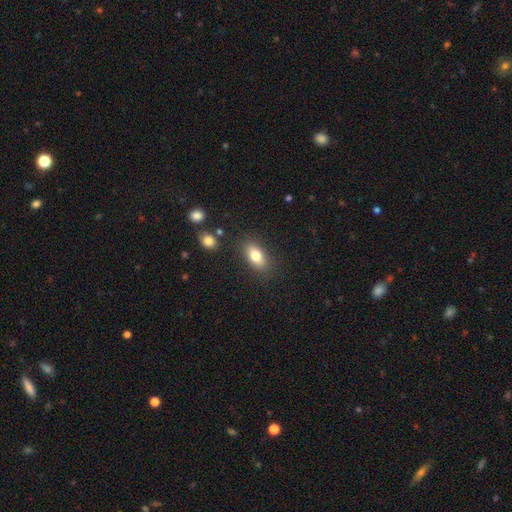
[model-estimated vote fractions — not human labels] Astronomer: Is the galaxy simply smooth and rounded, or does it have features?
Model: smooth — 78%.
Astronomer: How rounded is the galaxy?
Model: in between — 86%.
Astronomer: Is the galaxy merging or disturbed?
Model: none — 83%.